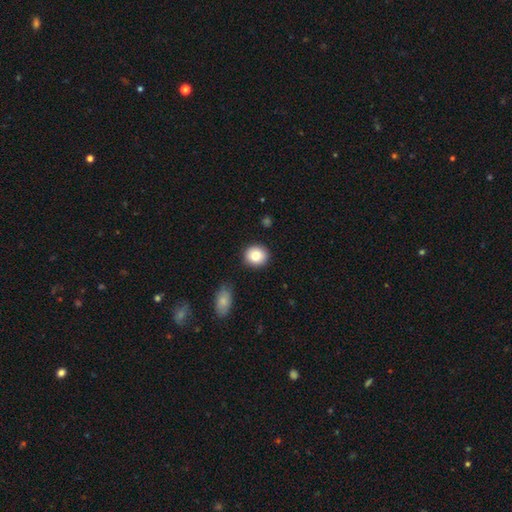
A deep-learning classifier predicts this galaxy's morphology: Smooth or featured?
  - smooth: 82% *
  - featured or disk: 9%
  - star or artifact: 9%
How rounded?
  - round: 85% *
  - in between: 14%
  - cigar-shaped: 1%
Merging?
  - none: 89% *
  - minor disturbance: 7%
  - major disturbance: 2%
  - merger: 2%